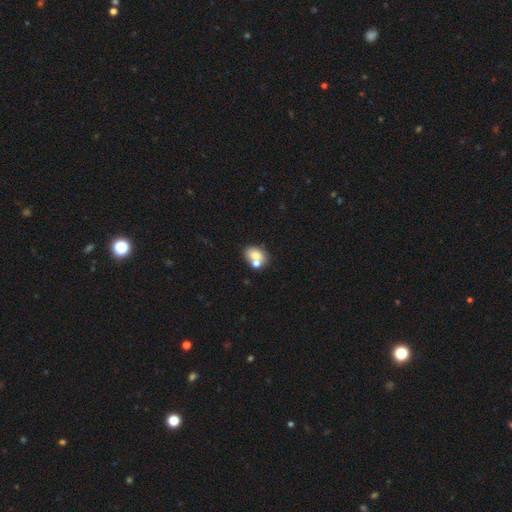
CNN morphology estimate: A smooth galaxy with no disk features (72%) that is in between round and cigar-shaped (66%).

Vote fractions:
- Smooth or featured? smooth: 72% / featured or disk: 17% / star or artifact: 10%
- How rounded? in between: 66% / round: 32% / cigar-shaped: 1%
- Merging? none: 45% / merger: 39% / minor disturbance: 12% / major disturbance: 4%